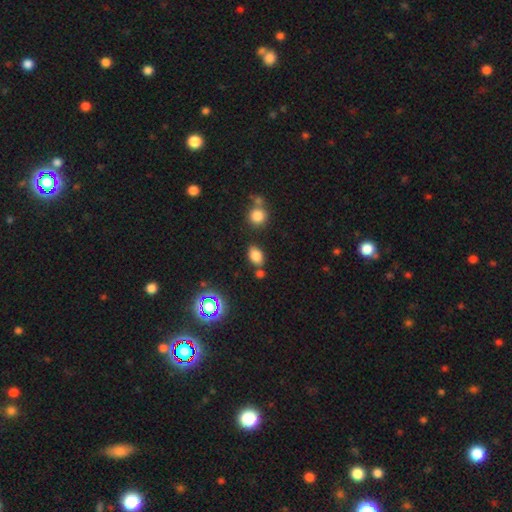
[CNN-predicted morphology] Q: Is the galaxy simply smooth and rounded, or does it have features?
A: smooth — 78%.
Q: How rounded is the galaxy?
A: in between — 80%.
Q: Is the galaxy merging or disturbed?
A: none — 74%.